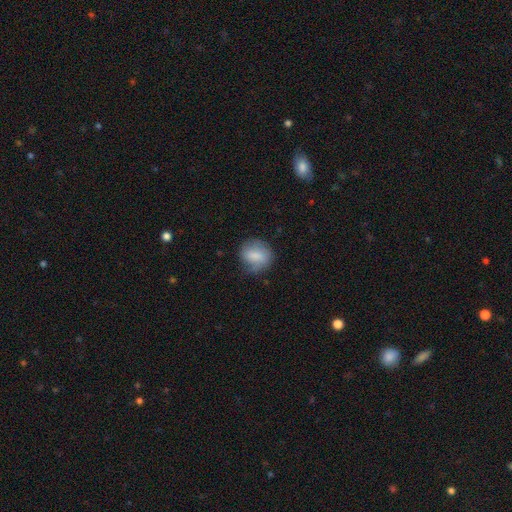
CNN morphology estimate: Overall: smooth (74%). How rounded: round (70%). Merging: none (65%; minor disturbance 25%).